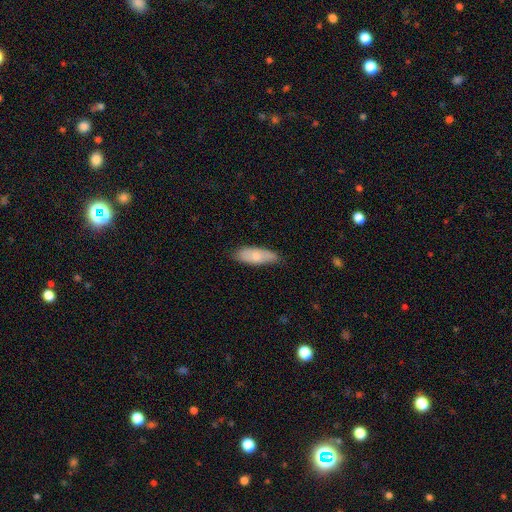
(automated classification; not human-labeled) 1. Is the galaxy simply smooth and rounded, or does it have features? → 73% smooth, 21% featured or disk, 6% star or artifact.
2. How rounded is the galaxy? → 68% in between, 30% cigar-shaped, 2% round.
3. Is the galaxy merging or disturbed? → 78% none, 18% minor disturbance, 3% major disturbance, 1% merger.